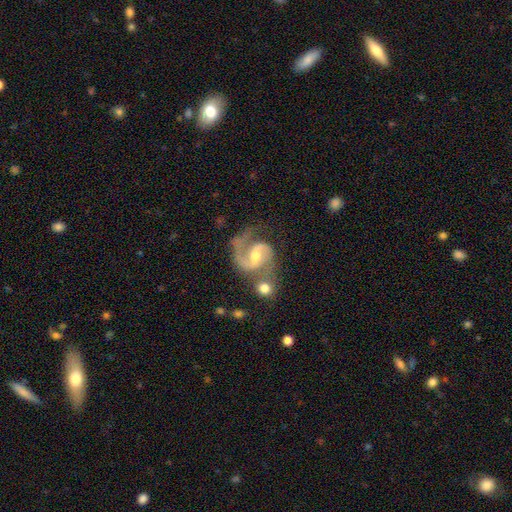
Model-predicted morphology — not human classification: smooth-or-featured: featured or disk: 91% | star or artifact: 5% | smooth: 4%
  disk-edge-on: no: 98% | yes: 2%
    bar: weak: 48% | strong: 27% | no: 25%
    has-spiral-arms: yes: 98% | no: 2%
      spiral-winding: medium: 62% | loose: 20% | tight: 18%
      spiral-arm-count: 2: 87% | 1: 7% | can't tell: 2% | 3: 2% | 4: 1% | more than 4: 1%
    bulge-size: moderate: 55% | small: 41% | large: 2% | none: 2% | dominant: 1%
  merging: none: 53% | minor disturbance: 18% | merger: 17% | major disturbance: 12%